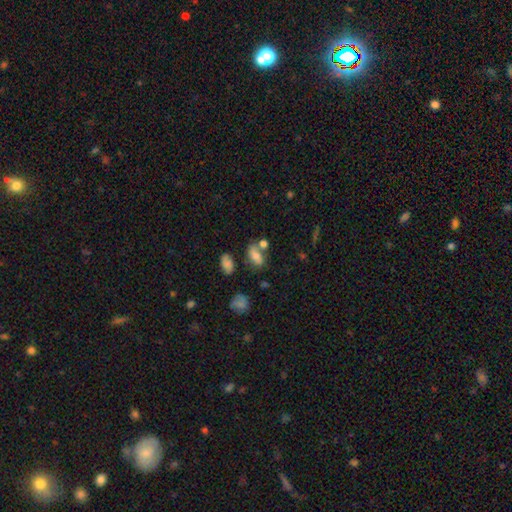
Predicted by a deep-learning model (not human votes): A smooth galaxy with no disk features (69%) that is in between round and cigar-shaped (83%).

Vote fractions:
- Smooth or featured? smooth: 69% / featured or disk: 19% / star or artifact: 13%
- How rounded? in between: 83% / round: 10% / cigar-shaped: 6%
- Merging? none: 52% / merger: 24% / minor disturbance: 17% / major disturbance: 7%